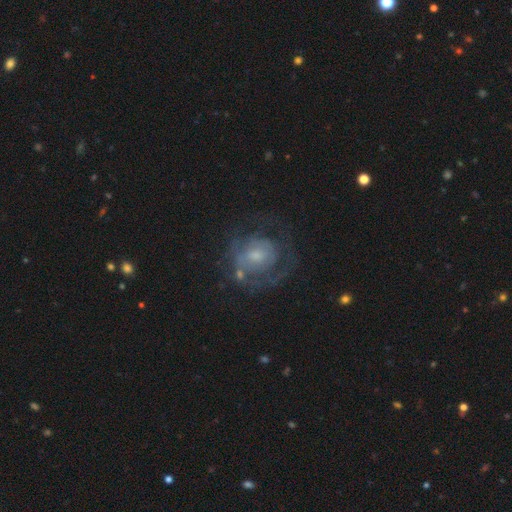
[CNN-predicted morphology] Smooth or featured: featured or disk — 67% (smooth — 23%)
Edge-on disk: no — 97% (yes — 3%)
Bar: no — 68% (weak — 28%)
Spiral arms: yes — 68% (no — 32%)
Bulge size: small — 44% (moderate — 39%)
Merging: none — 56% (major disturbance — 22%)